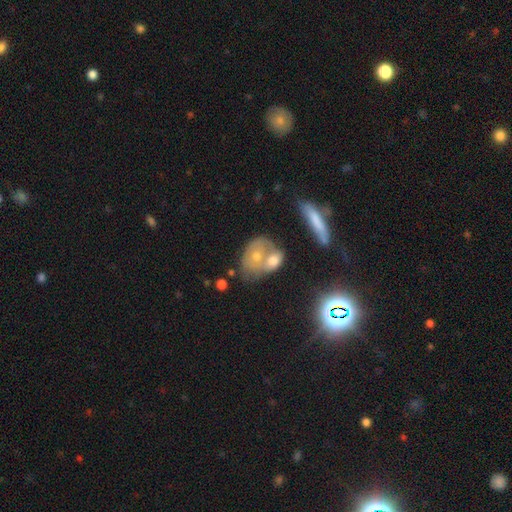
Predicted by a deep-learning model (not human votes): Overall: smooth (54%; featured or disk 37%). How rounded: in between (67%; round 30%). Merging: merger (65%).